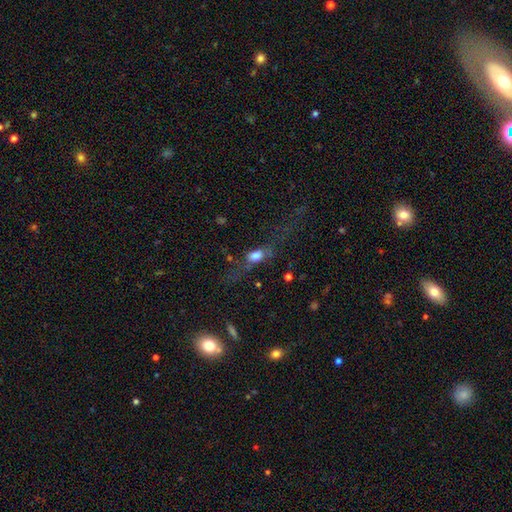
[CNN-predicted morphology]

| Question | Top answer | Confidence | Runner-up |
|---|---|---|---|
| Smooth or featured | smooth | 61% | featured or disk (26%) |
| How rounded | in between | 66% | cigar-shaped (19%) |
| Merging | none | 39% | major disturbance (38%) |